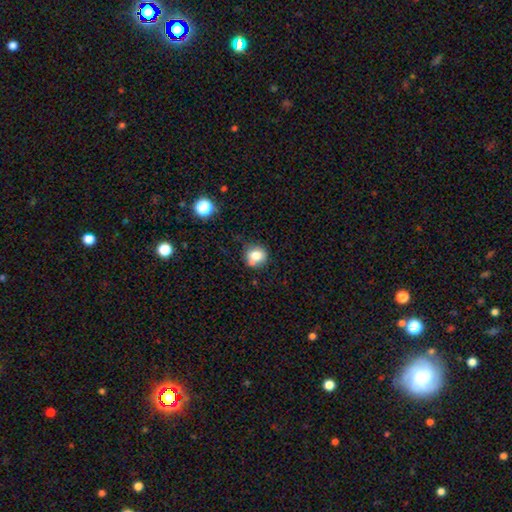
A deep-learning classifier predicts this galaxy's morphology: Smooth or featured? smooth (77%)
How rounded? round (81%)
Merging? none (61%)